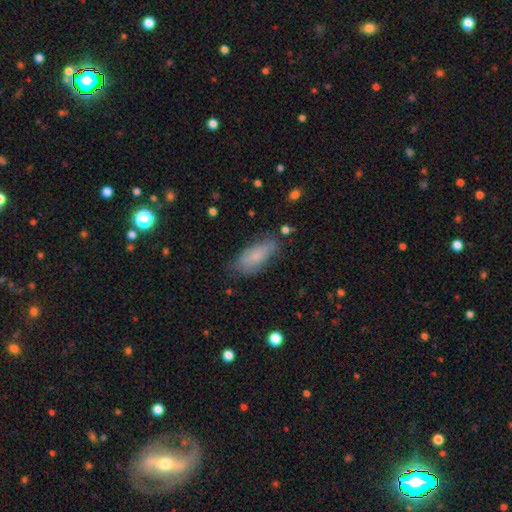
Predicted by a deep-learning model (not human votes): Smooth or featured?
  - smooth: 76% *
  - featured or disk: 17%
  - star or artifact: 8%
How rounded?
  - in between: 81% *
  - cigar-shaped: 17%
  - round: 2%
Merging?
  - none: 69% *
  - minor disturbance: 23%
  - major disturbance: 6%
  - merger: 2%